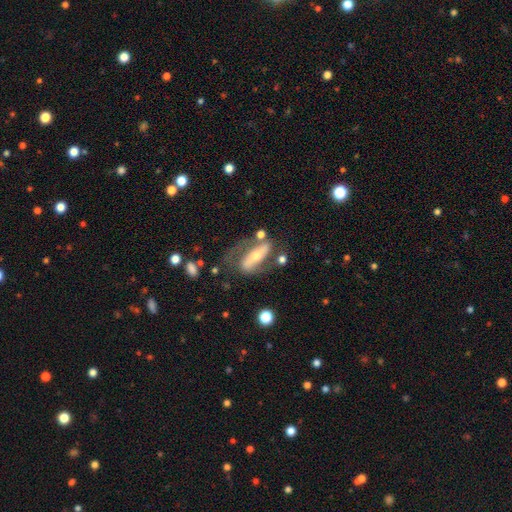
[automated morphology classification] This appears to be a featured or disk galaxy (72%) with a strong bar (58%), spiral arms (73%) and a moderate central bulge (50%). Merging: none (53%).